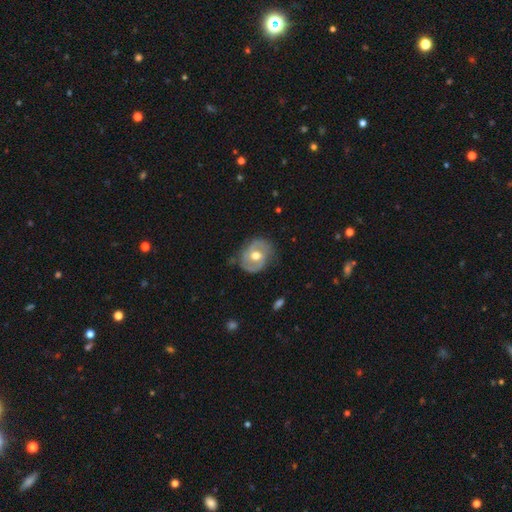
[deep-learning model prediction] Smooth or featured? Predicted: featured or disk (p=0.76). Edge-on disk? Predicted: no (p=0.97). Bar? Predicted: no (p=0.53). Spiral arms? Predicted: yes (p=0.83). Spiral winding? Predicted: medium (p=0.46). Spiral arm count? Predicted: 2 (p=0.84). Bulge size? Predicted: moderate (p=0.78). Merging? Predicted: none (p=0.74).